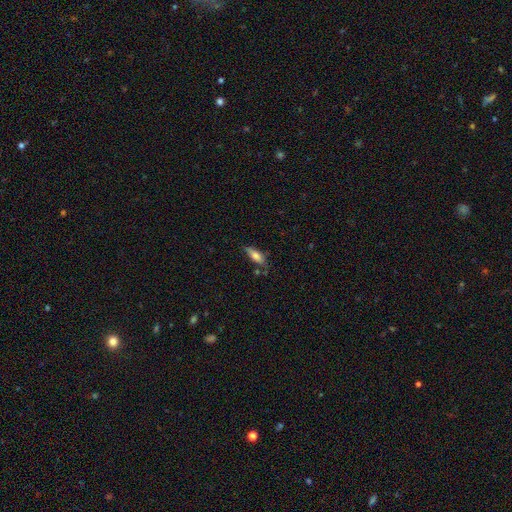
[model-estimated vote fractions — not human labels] smooth 68%, featured or disk 25%, star or artifact 7%. Down the decision tree: how rounded — in between (62%); merging — none (64%).